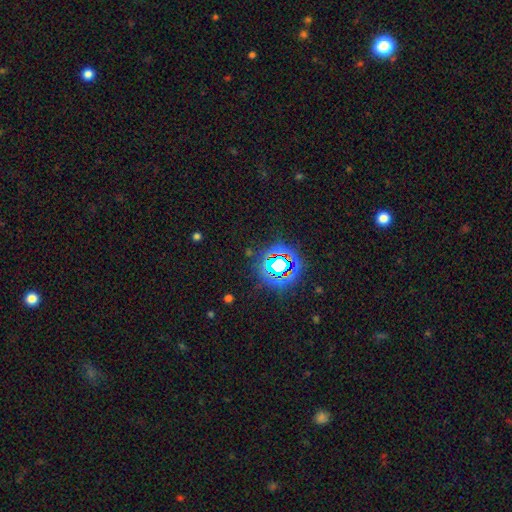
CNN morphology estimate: Overall: star or artifact (80%).